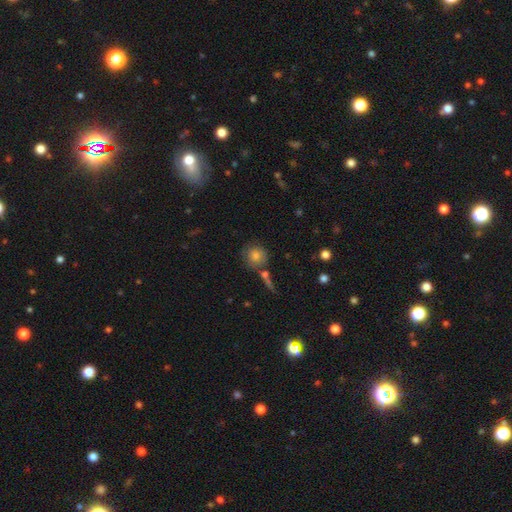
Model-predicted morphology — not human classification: The model was most divided on "merging": none: 65%, merger: 15%, minor disturbance: 15%, major disturbance: 5%. More confident: how rounded — round (89%); smooth or featured — smooth (73%).